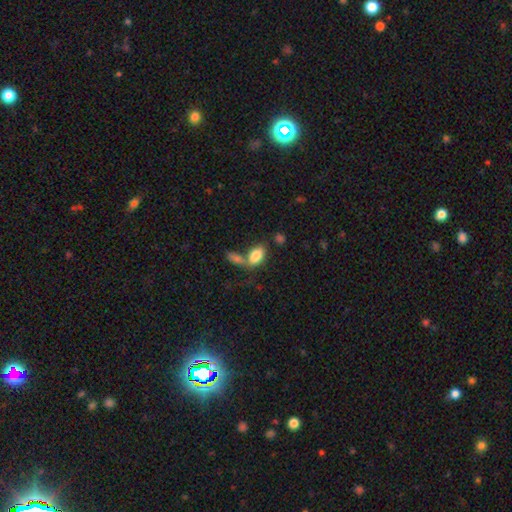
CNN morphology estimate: smooth-or-featured: smooth: 84% | featured or disk: 9% | star or artifact: 7%
  how-rounded: in between: 91% | round: 6% | cigar-shaped: 3%
  merging: none: 43% | merger: 39% | minor disturbance: 12% | major disturbance: 6%